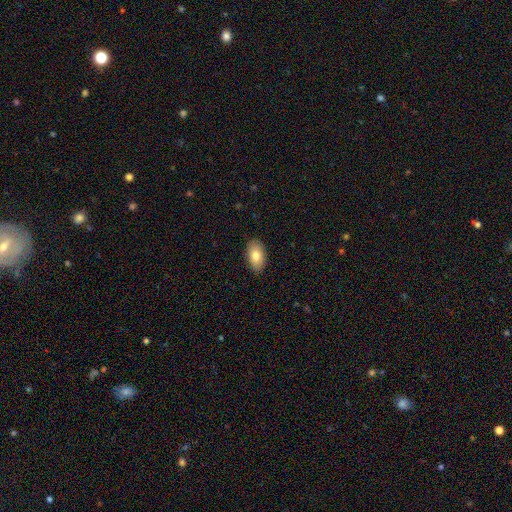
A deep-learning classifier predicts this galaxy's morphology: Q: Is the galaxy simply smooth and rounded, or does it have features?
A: smooth — 81%.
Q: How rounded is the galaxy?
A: in between — 94%.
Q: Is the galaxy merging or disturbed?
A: none — 88%.